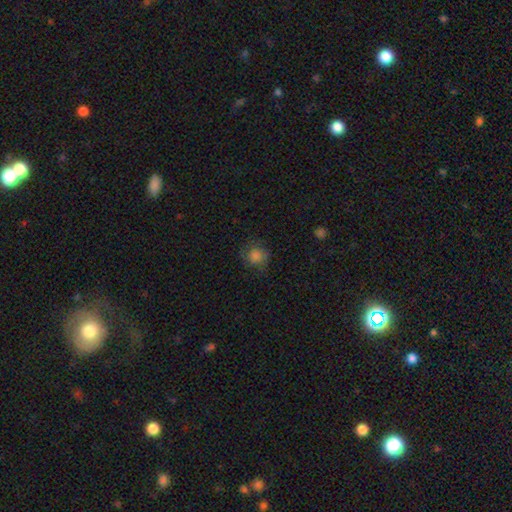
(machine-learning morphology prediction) smooth-or-featured: smooth: 78% | star or artifact: 12% | featured or disk: 10%
  how-rounded: round: 87% | in between: 12% | cigar-shaped: 1%
  merging: none: 75% | minor disturbance: 17% | major disturbance: 7% | merger: 1%